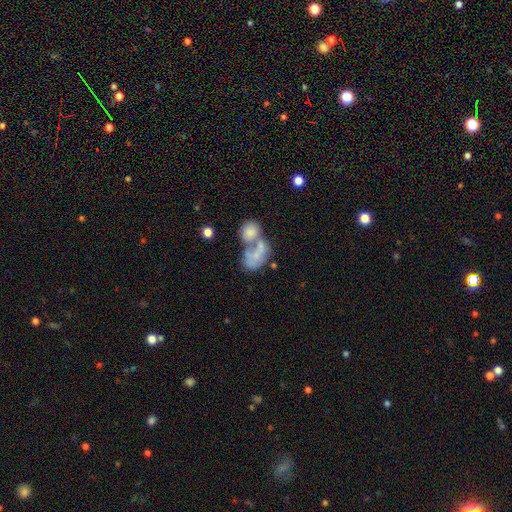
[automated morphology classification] The model was most divided on "smooth or featured": smooth: 58%, featured or disk: 32%, star or artifact: 10%. More confident: how rounded — in between (80%); merging — merger (64%).